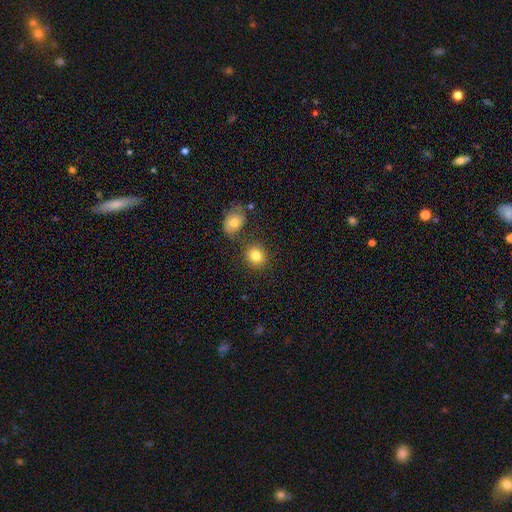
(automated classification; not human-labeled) Q: Smooth or featured?
A: smooth (83%); runner-up: star or artifact (10%)
Q: How rounded?
A: round (78%); runner-up: in between (21%)
Q: Merging?
A: none (77%); runner-up: merger (10%)